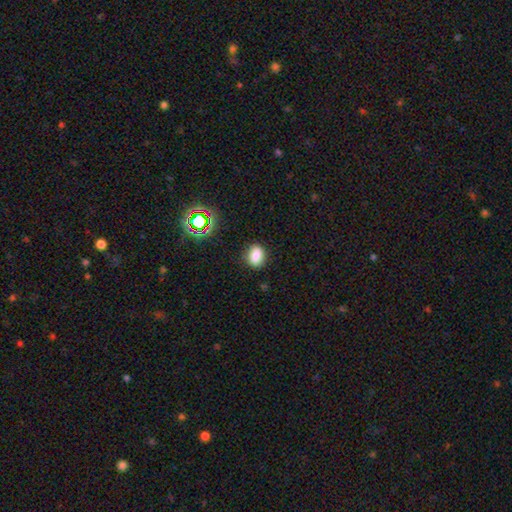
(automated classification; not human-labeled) Q: Smooth or featured?
A: smooth (81%); runner-up: star or artifact (12%)
Q: How rounded?
A: in between (69%); runner-up: round (30%)
Q: Merging?
A: none (82%); runner-up: minor disturbance (13%)